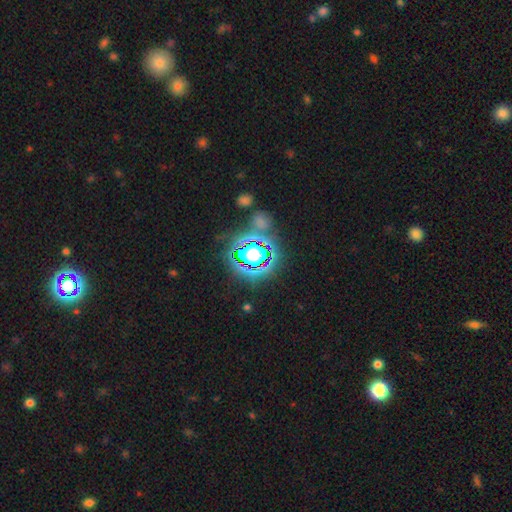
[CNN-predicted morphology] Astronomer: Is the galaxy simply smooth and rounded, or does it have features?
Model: star or artifact — 80%.